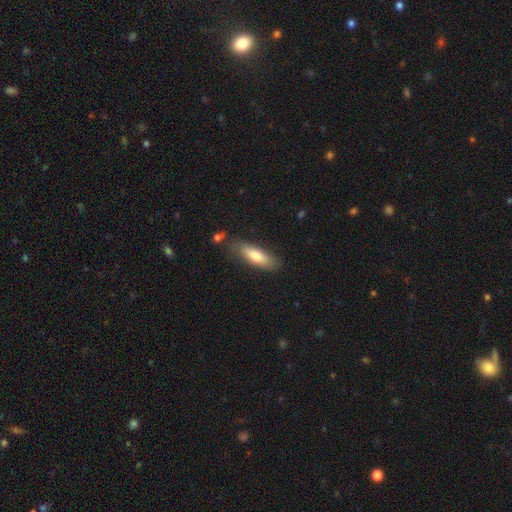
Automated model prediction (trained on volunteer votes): A smooth galaxy with no disk features (73%) that is cigar-shaped (50%).

Vote fractions:
- Smooth or featured? smooth: 73% / featured or disk: 21% / star or artifact: 6%
- How rounded? cigar-shaped: 50% / in between: 48% / round: 2%
- Merging? none: 79% / minor disturbance: 14% / major disturbance: 3% / merger: 3%